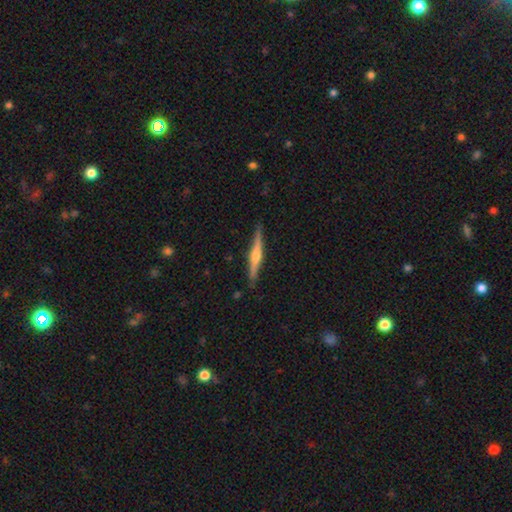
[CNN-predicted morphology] smooth_or_featured: featured or disk (p=0.73) [alt: smooth p=0.21]
disk_edge_on: yes (p=0.98) [alt: no p=0.02]
edge_on_bulge: rounded (p=0.87) [alt: boxy p=0.07]
merging: none (p=0.88) [alt: minor disturbance p=0.09]